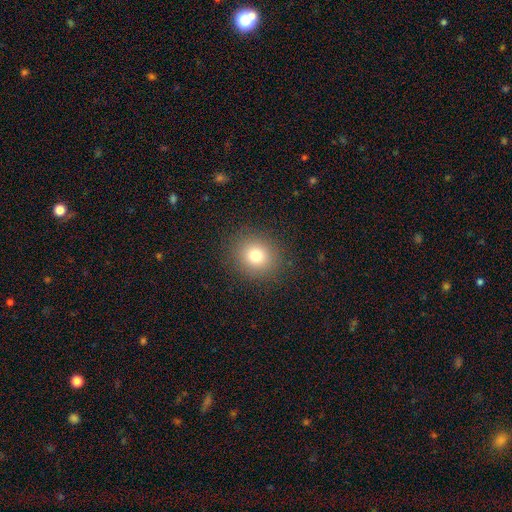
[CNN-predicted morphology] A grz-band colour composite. It shows a smooth galaxy with no disk features (77%) that is round (82%). Merging: none (89%).